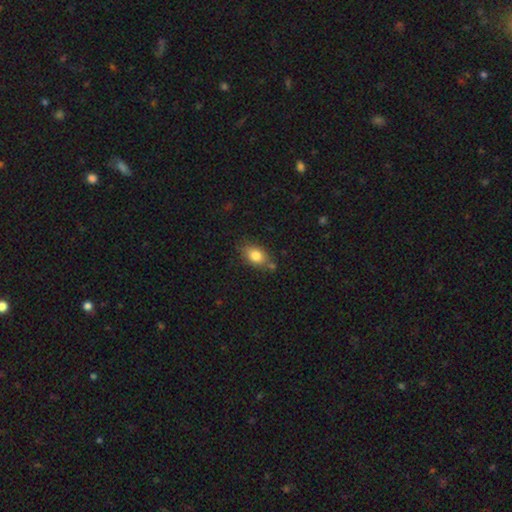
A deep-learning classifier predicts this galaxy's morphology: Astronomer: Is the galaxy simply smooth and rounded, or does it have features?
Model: smooth — 81%.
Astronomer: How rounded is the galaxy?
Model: in between — 83%.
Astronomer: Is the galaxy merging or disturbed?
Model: none — 72%.